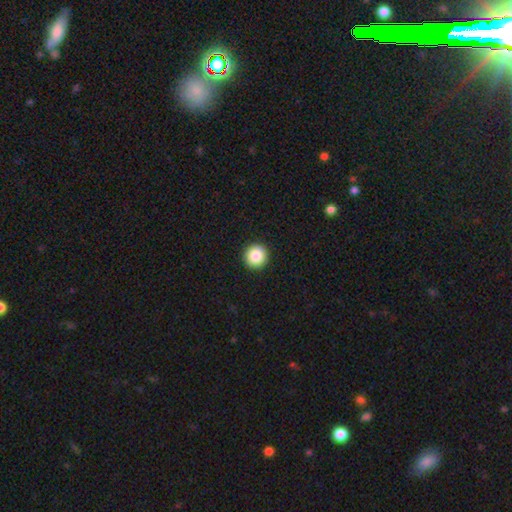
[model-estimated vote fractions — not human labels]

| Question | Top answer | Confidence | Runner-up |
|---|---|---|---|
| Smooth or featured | smooth | 87% | star or artifact (9%) |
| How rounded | round | 94% | in between (5%) |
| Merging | none | 93% | minor disturbance (4%) |